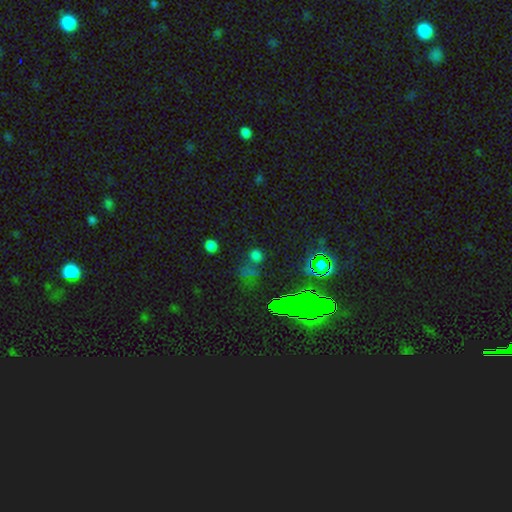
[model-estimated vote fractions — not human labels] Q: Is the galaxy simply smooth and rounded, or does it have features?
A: smooth — 51%.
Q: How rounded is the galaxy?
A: round — 80%.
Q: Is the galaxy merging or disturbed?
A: none — 68%.